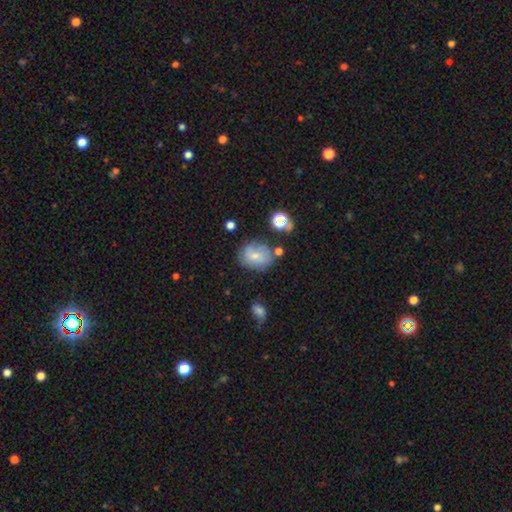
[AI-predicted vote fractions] Smooth or featured?
  - smooth: 63% *
  - featured or disk: 26%
  - star or artifact: 11%
How rounded?
  - round: 56% *
  - in between: 42%
  - cigar-shaped: 1%
Merging?
  - none: 57% *
  - minor disturbance: 24%
  - major disturbance: 10%
  - merger: 8%